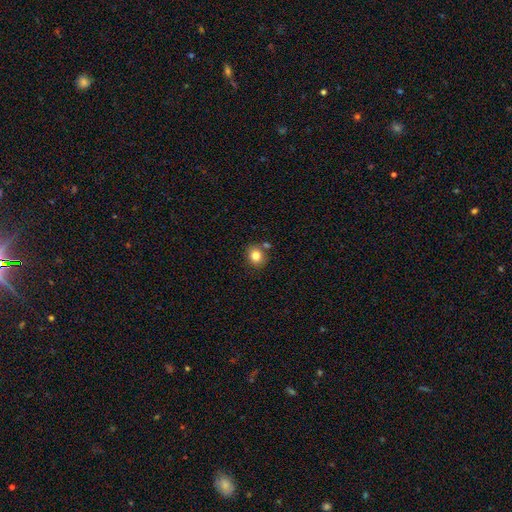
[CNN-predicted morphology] smooth_or_featured: smooth (p=0.82) [alt: star or artifact p=0.11]
how_rounded: round (p=0.79) [alt: in between p=0.20]
merging: none (p=0.77) [alt: minor disturbance p=0.10]